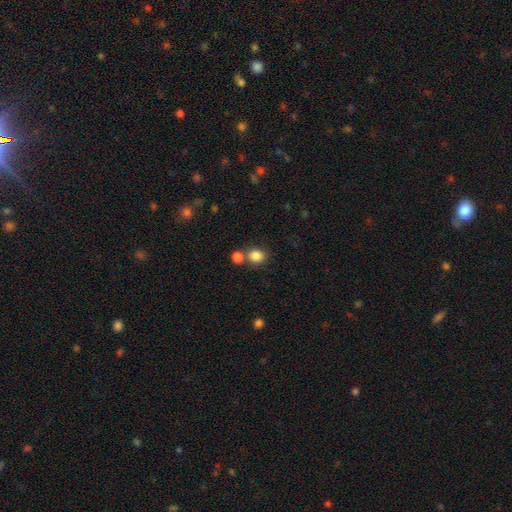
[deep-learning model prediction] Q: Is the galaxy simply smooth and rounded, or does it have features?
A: smooth — 84%.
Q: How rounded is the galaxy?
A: round — 66%.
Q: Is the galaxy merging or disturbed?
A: none — 61%.